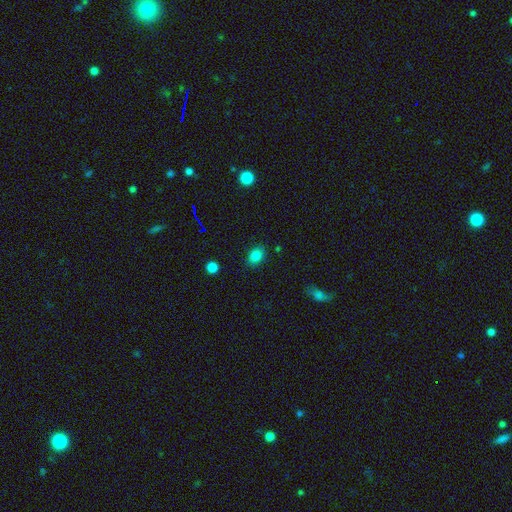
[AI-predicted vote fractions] The model was most divided on "how rounded": in between: 70%, round: 29%, cigar-shaped: 1%. More confident: merging — none (85%); smooth or featured — smooth (83%).